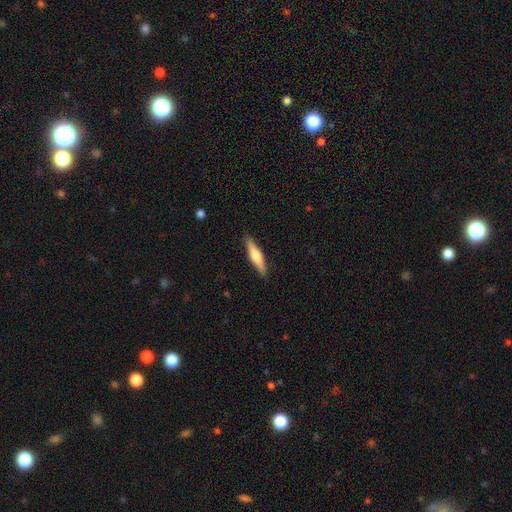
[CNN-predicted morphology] smooth-or-featured: smooth: 49% | featured or disk: 45% | star or artifact: 5%
  merging: none: 90% | minor disturbance: 8% | major disturbance: 2% | merger: 1%